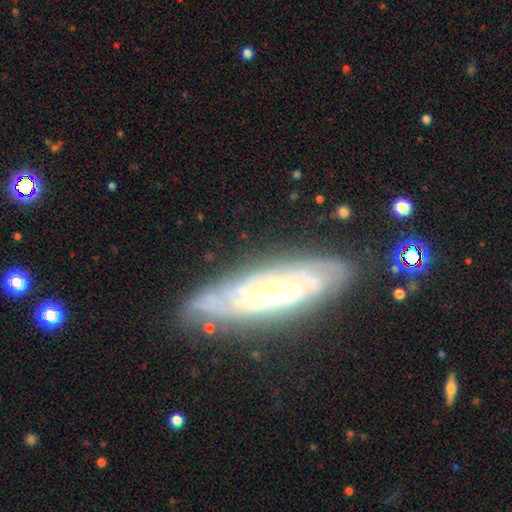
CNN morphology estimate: smooth-or-featured: featured or disk: 82% | smooth: 12% | star or artifact: 6%
  disk-edge-on: no: 78% | yes: 22%
    bar: no: 62% | weak: 27% | strong: 10%
    has-spiral-arms: yes: 94% | no: 6%
      spiral-winding: tight: 75% | medium: 20% | loose: 4%
      spiral-arm-count: can't tell: 52% | 2: 14% | 3: 12% | 4: 11% | more than 4: 7% | 1: 4%
    bulge-size: small: 51% | moderate: 41% | large: 4% | none: 2% | dominant: 1%
  merging: none: 80% | minor disturbance: 15% | major disturbance: 4% | merger: 2%